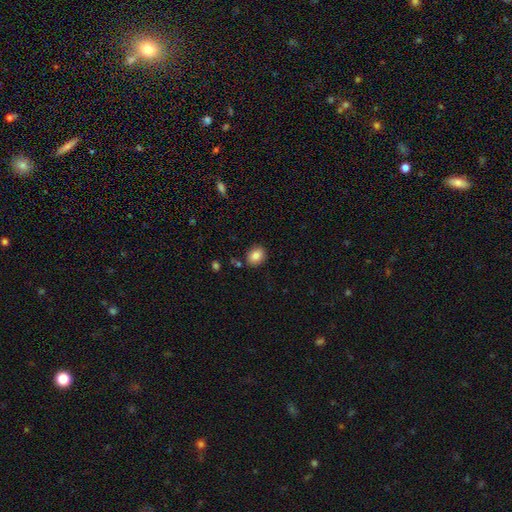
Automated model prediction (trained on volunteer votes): Q: Smooth or featured?
A: smooth (84%); runner-up: star or artifact (9%)
Q: How rounded?
A: in between (52%); runner-up: round (47%)
Q: Merging?
A: none (84%); runner-up: minor disturbance (11%)